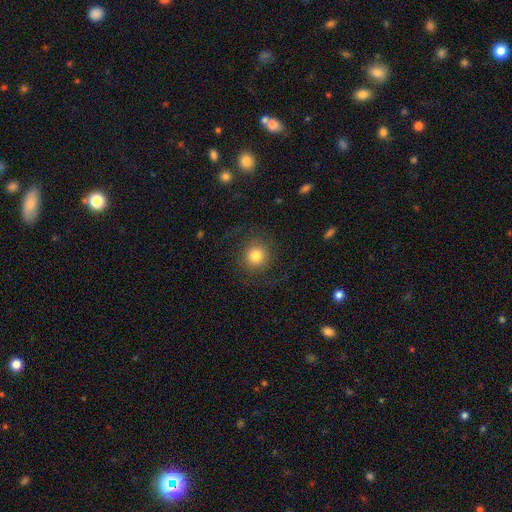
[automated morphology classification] This is likely a smooth galaxy (72%). How rounded: clearly round (92%). Merging: clearly none (81%).